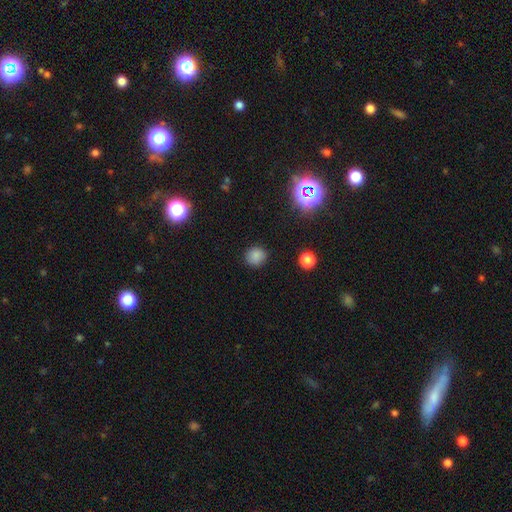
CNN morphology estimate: Smooth or featured? Predicted: smooth (p=0.81). How rounded? Predicted: round (p=0.89). Merging? Predicted: none (p=0.88).